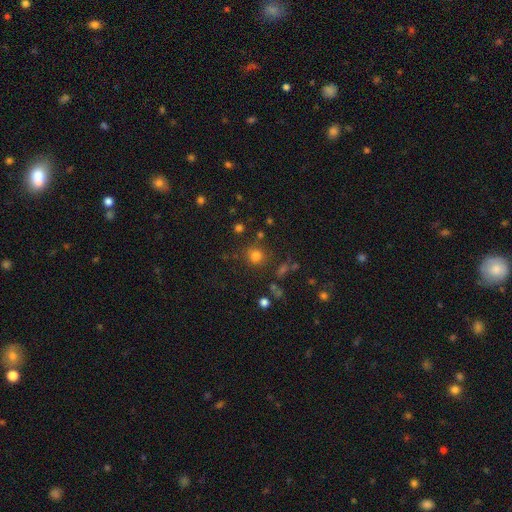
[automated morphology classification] A smooth galaxy with no disk features (77%) that is round (87%). Merging: none (79%).